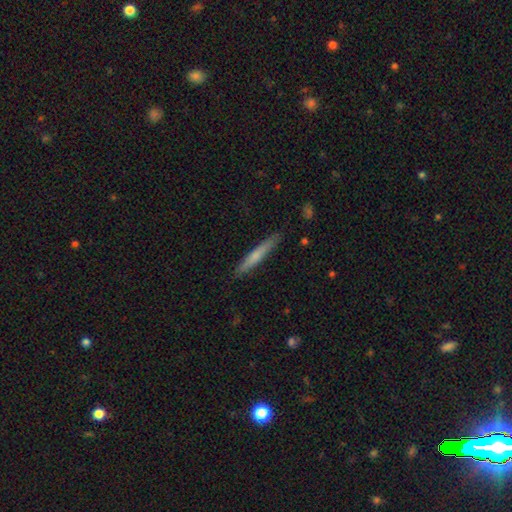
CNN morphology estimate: type=smooth (64%); roundness=cigar-shaped (95%); merging=none (87%).